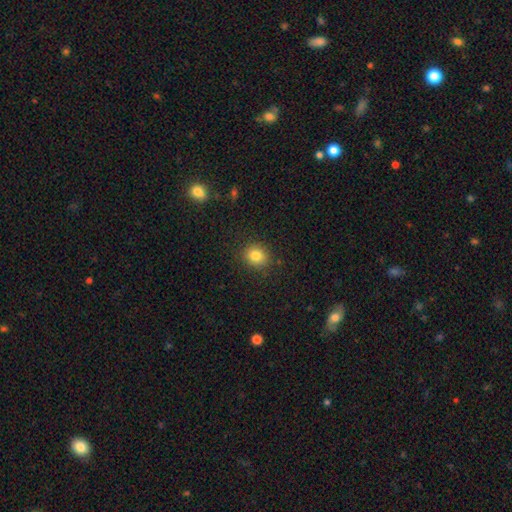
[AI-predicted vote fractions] This is clearly a smooth galaxy (82%). How rounded: likely round (70%). Merging: clearly none (88%).